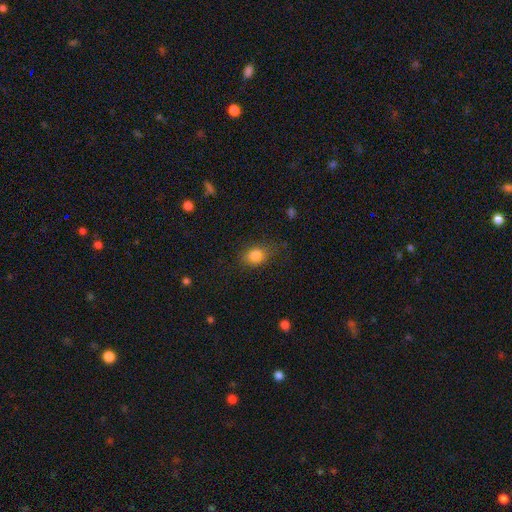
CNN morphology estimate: This appears to be a smooth galaxy with no disk features (83%) that is in between round and cigar-shaped (55%). Merging: none (71%).